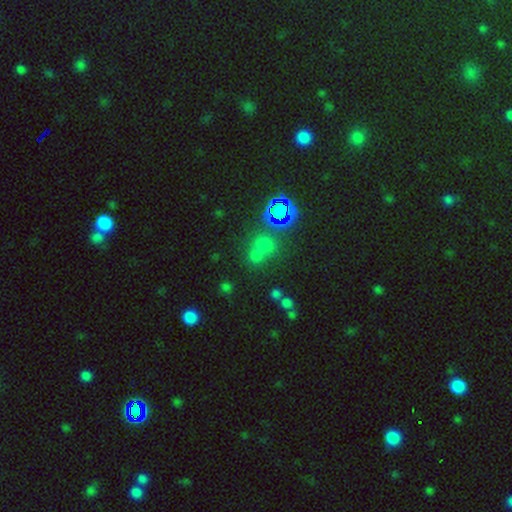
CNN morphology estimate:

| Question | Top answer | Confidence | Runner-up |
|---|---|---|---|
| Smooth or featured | smooth | 55% | star or artifact (36%) |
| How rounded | round | 76% | in between (22%) |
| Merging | none | 49% | merger (36%) |